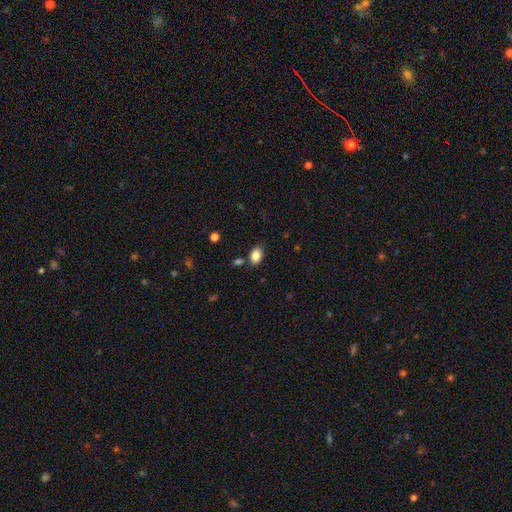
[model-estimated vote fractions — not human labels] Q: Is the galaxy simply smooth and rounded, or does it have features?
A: smooth — 85%.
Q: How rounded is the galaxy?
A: in between — 84%.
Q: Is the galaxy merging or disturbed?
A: none — 79%.